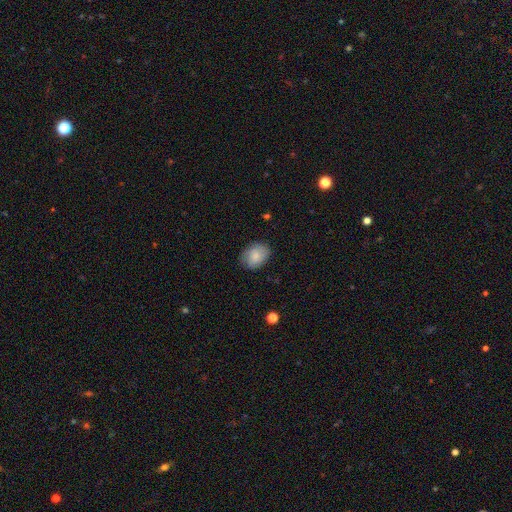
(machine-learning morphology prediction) Smooth or featured? smooth (80%)
How rounded? in between (70%)
Merging? none (79%)